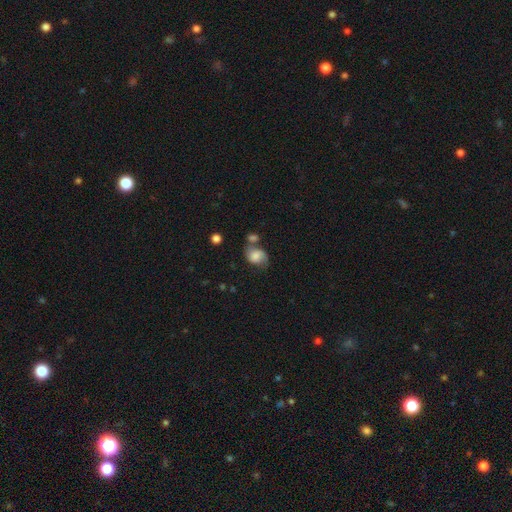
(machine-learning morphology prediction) A smooth galaxy with no disk features (53%) that is in between round and cigar-shaped (57%). Merging: none (42%).